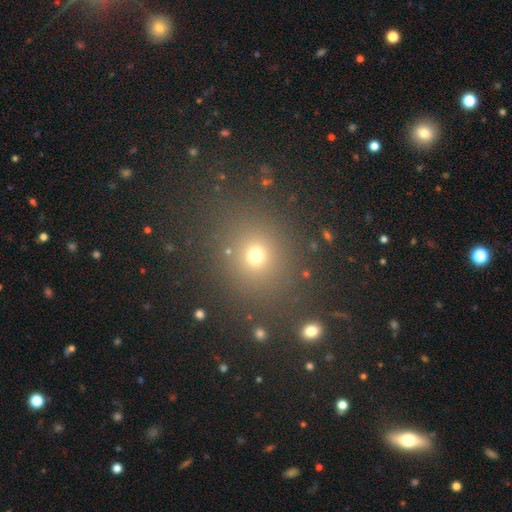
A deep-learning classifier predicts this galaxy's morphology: Smooth or featured?
  - smooth: 69% *
  - star or artifact: 23%
  - featured or disk: 8%
How rounded?
  - round: 76% *
  - in between: 22%
  - cigar-shaped: 1%
Merging?
  - none: 79% *
  - minor disturbance: 10%
  - major disturbance: 5%
  - merger: 5%